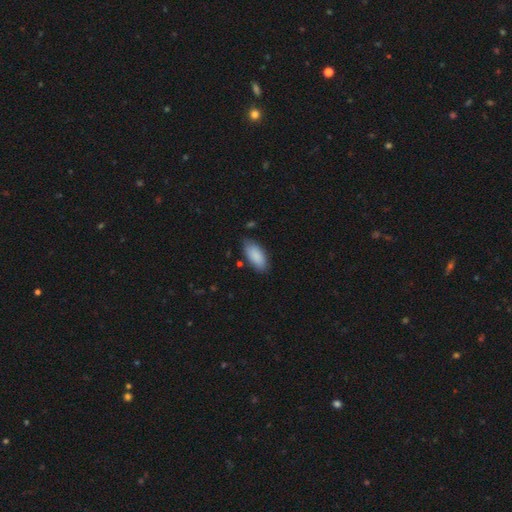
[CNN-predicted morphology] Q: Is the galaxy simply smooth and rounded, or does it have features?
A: smooth — 89%.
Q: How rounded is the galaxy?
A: in between — 89%.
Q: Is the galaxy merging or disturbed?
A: none — 79%.